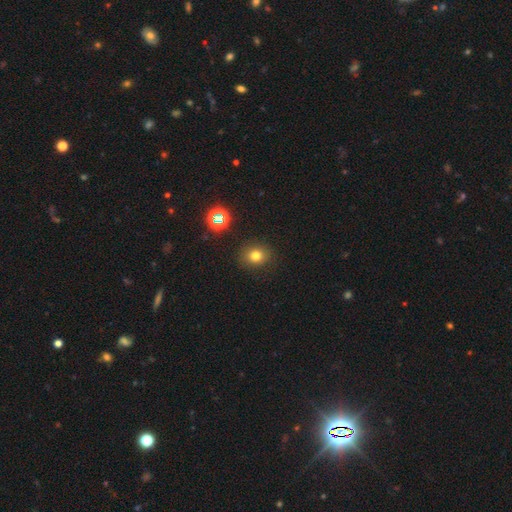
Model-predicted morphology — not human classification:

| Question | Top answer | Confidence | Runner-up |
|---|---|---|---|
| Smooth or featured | smooth | 76% | star or artifact (17%) |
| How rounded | round | 74% | in between (25%) |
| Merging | none | 88% | minor disturbance (8%) |